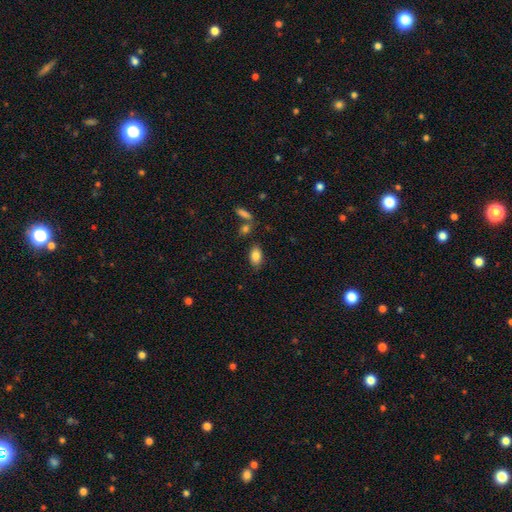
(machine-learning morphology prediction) Overall: smooth (84%). How rounded: in between (91%). Merging: none (80%).